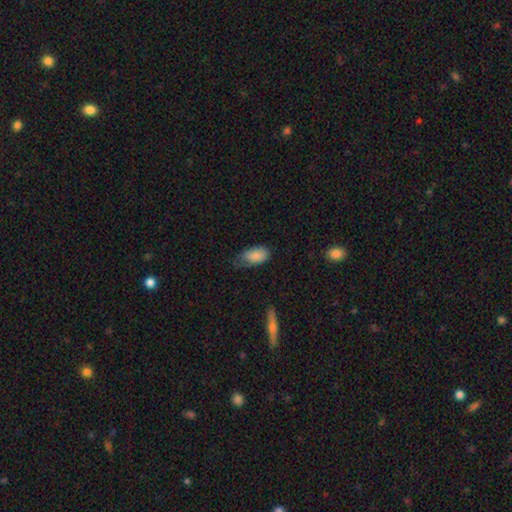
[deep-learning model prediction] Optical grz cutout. It shows a smooth galaxy with no disk features (86%) that is in between round and cigar-shaped (93%). Merging: none (44%).